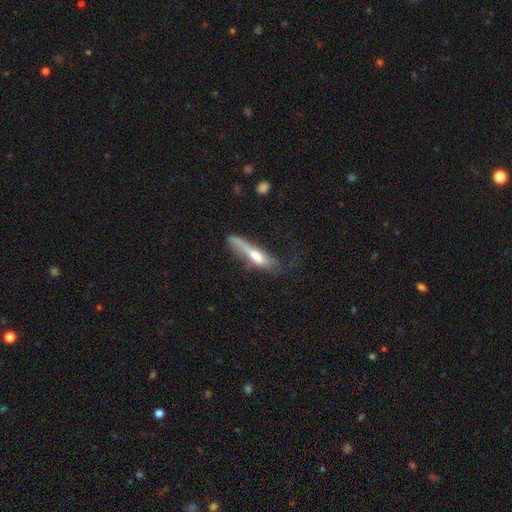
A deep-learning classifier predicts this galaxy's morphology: Q: Smooth or featured?
A: smooth (54%); runner-up: featured or disk (39%)
Q: How rounded?
A: cigar-shaped (79%); runner-up: in between (19%)
Q: Merging?
A: major disturbance (35%); runner-up: none (31%)